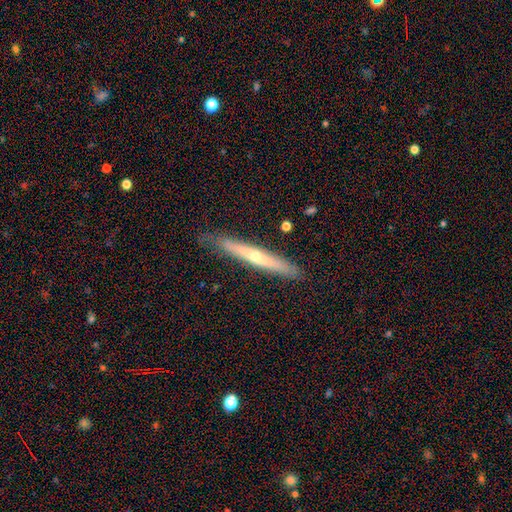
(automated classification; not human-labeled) Smooth or featured?
  - featured or disk: 59% *
  - smooth: 35%
  - star or artifact: 6%
Edge-on disk?
  - yes: 92% *
  - no: 8%
Edge-on bulge?
  - rounded: 70% *
  - none: 28%
  - boxy: 2%
Merging?
  - none: 83% *
  - minor disturbance: 14%
  - major disturbance: 2%
  - merger: 1%